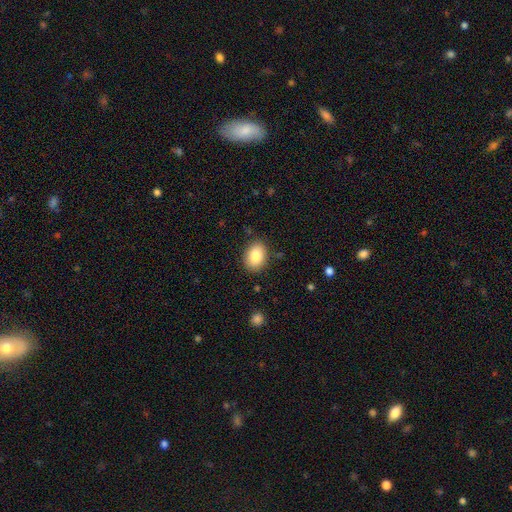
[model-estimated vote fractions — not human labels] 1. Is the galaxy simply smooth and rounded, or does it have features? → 85% smooth, 8% star or artifact, 8% featured or disk.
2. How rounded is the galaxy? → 72% in between, 27% round, 1% cigar-shaped.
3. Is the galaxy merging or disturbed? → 85% none, 11% minor disturbance, 3% major disturbance, 1% merger.